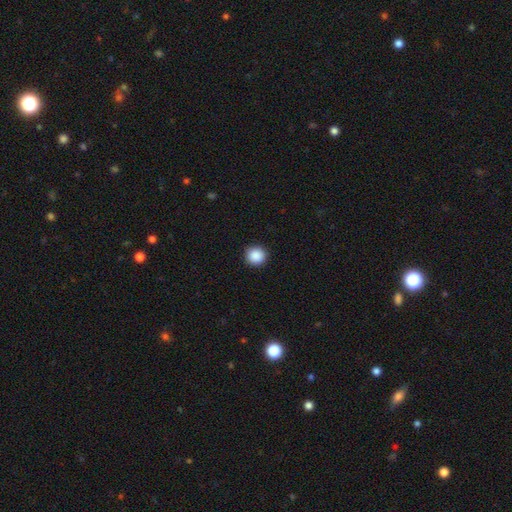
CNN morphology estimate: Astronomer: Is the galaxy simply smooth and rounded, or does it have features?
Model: smooth — 89%.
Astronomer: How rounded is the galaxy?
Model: round — 95%.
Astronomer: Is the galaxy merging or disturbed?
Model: none — 92%.